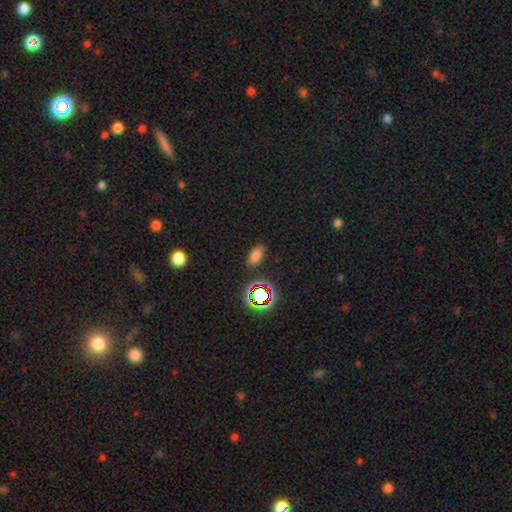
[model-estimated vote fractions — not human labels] smooth-or-featured: smooth: 73% | star or artifact: 21% | featured or disk: 6%
  how-rounded: in between: 90% | round: 6% | cigar-shaped: 4%
  merging: none: 86% | minor disturbance: 9% | major disturbance: 3% | merger: 2%